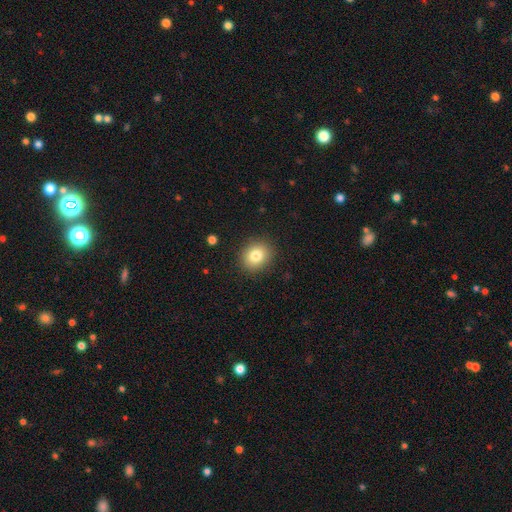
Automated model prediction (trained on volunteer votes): This is clearly a smooth galaxy (80%). How rounded: likely round (70%). Merging: clearly none (89%).